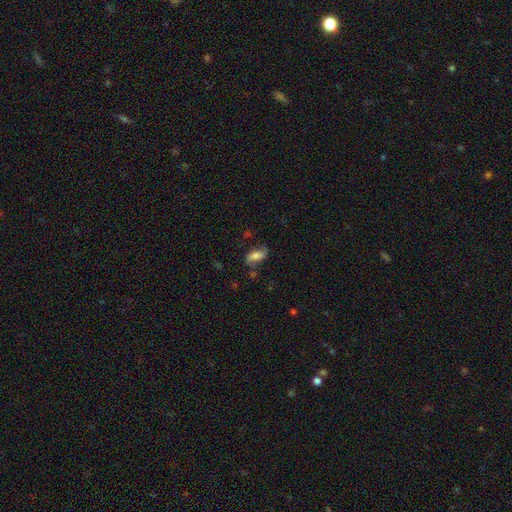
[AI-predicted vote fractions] smooth-or-featured: smooth: 52% | featured or disk: 39% | star or artifact: 9%
  how-rounded: in between: 88% | cigar-shaped: 7% | round: 6%
  merging: none: 62% | minor disturbance: 24% | major disturbance: 10% | merger: 5%